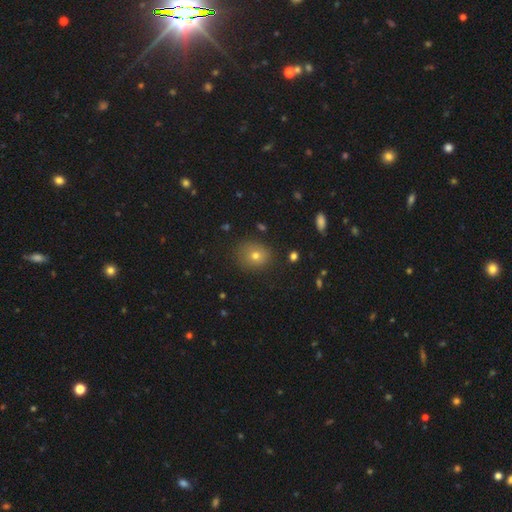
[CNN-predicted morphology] smooth-or-featured: smooth: 71% | star or artifact: 17% | featured or disk: 12%
  how-rounded: round: 70% | in between: 29% | cigar-shaped: 1%
  merging: none: 80% | minor disturbance: 14% | major disturbance: 4% | merger: 2%